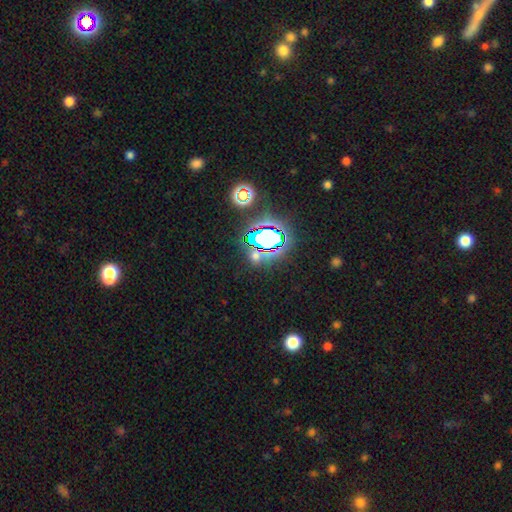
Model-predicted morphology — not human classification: Smooth or featured? Predicted: star or artifact (p=0.66).